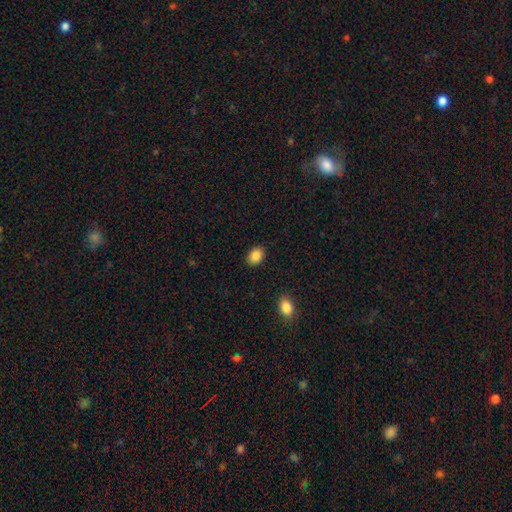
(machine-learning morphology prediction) This appears to be a smooth galaxy with no disk features (87%) that is in between round and cigar-shaped (78%). Merging: none (88%).